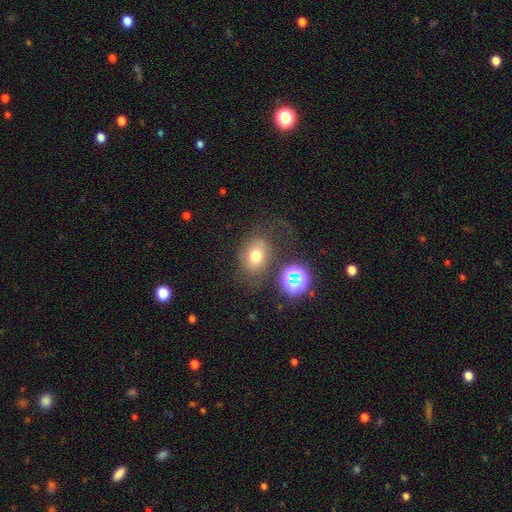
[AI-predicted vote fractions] Smooth or featured: smooth — 68% (star or artifact — 17%)
How rounded: in between — 56% (round — 43%)
Merging: none — 55% (minor disturbance — 20%)